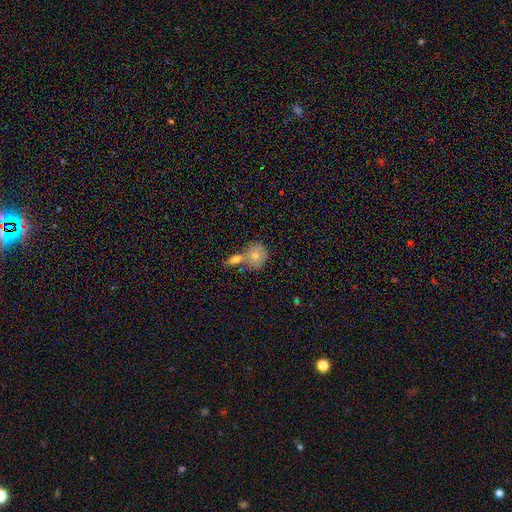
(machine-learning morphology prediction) Smooth or featured: smooth — 77% (featured or disk — 16%)
How rounded: round — 75% (in between — 24%)
Merging: none — 44% (merger — 40%)